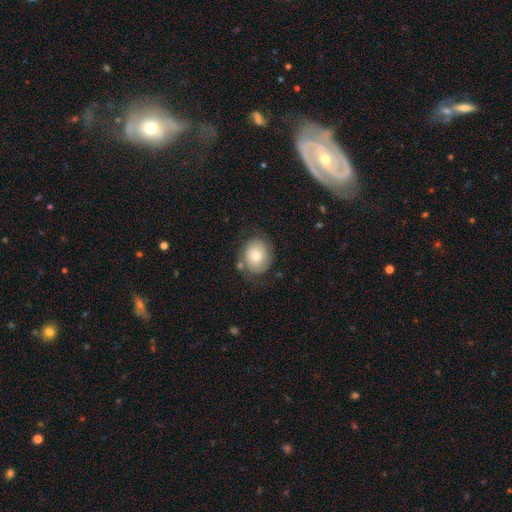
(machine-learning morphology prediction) The model was most divided on "how rounded": round: 64%, in between: 35%, cigar-shaped: 1%. More confident: merging — none (70%); smooth or featured — smooth (70%).